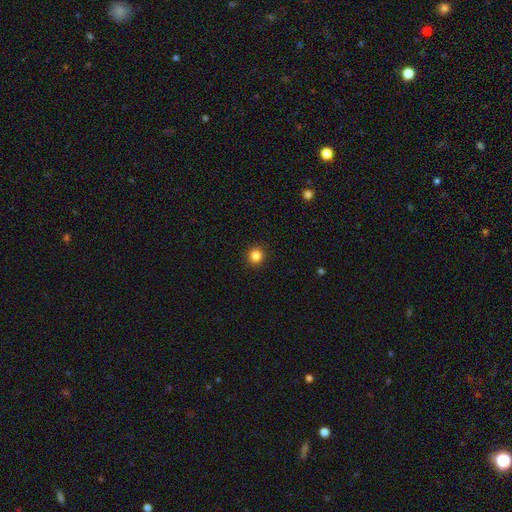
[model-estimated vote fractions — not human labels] Smooth or featured?
  - smooth: 85% *
  - star or artifact: 11%
  - featured or disk: 4%
How rounded?
  - round: 93% *
  - in between: 6%
  - cigar-shaped: 1%
Merging?
  - none: 92% *
  - minor disturbance: 5%
  - major disturbance: 2%
  - merger: 1%